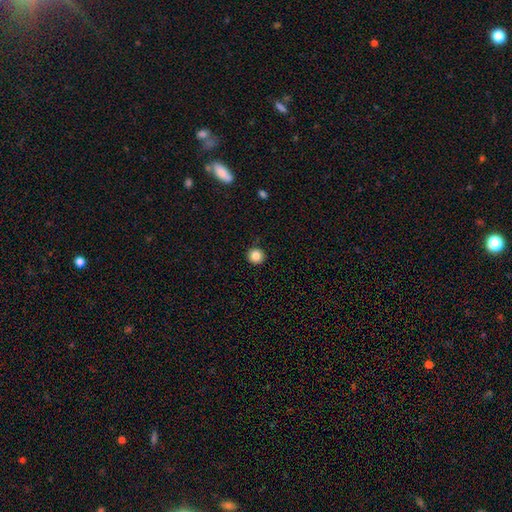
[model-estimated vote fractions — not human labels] A smooth galaxy with no disk features (86%) that is round (95%).

Vote fractions:
- Smooth or featured? smooth: 86% / star or artifact: 10% / featured or disk: 5%
- How rounded? round: 95% / in between: 4% / cigar-shaped: 1%
- Merging? none: 92% / minor disturbance: 5% / major disturbance: 2% / merger: 1%